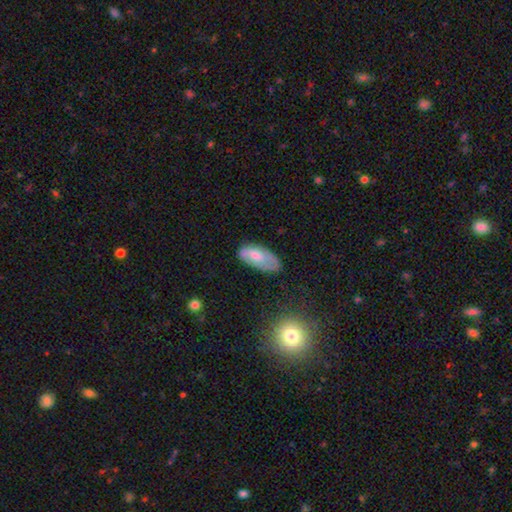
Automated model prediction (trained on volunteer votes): Morphology: type=smooth (62%); roundness=in between (90%); merging=none (60%).